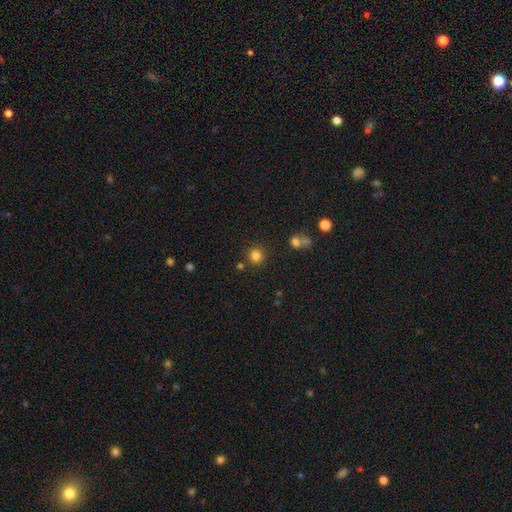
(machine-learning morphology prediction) This appears to be a smooth galaxy with no disk features (81%) that is round (92%). Merging: none (83%).